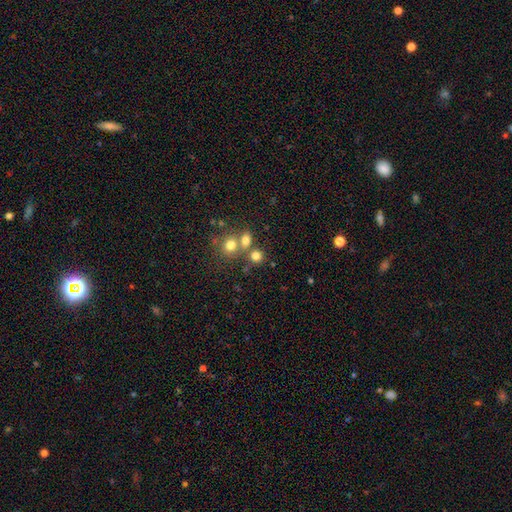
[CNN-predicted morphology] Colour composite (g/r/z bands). It shows a smooth galaxy with no disk features (75%) that is round (82%). Merging: none (56%).